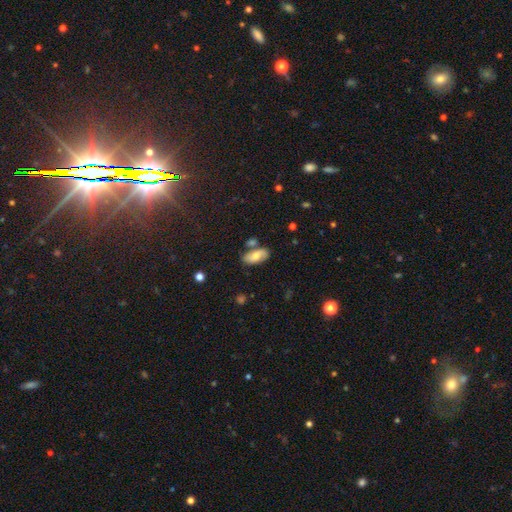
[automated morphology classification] This is possibly a smooth galaxy (60%). How rounded: clearly in between (90%). Merging: likely none (66%).